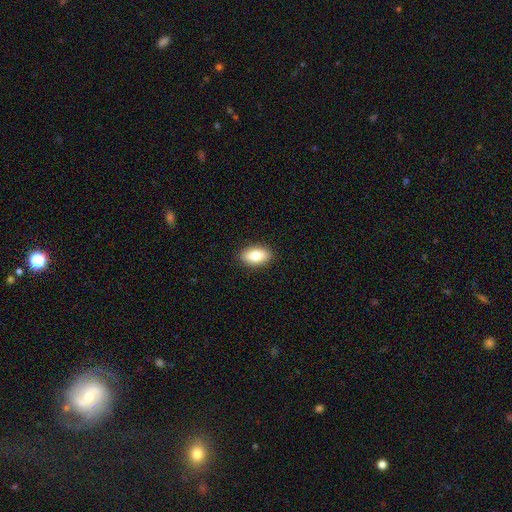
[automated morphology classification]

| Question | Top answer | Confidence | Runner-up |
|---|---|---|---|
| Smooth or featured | smooth | 82% | featured or disk (11%) |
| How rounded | in between | 91% | round (5%) |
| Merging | none | 89% | minor disturbance (8%) |